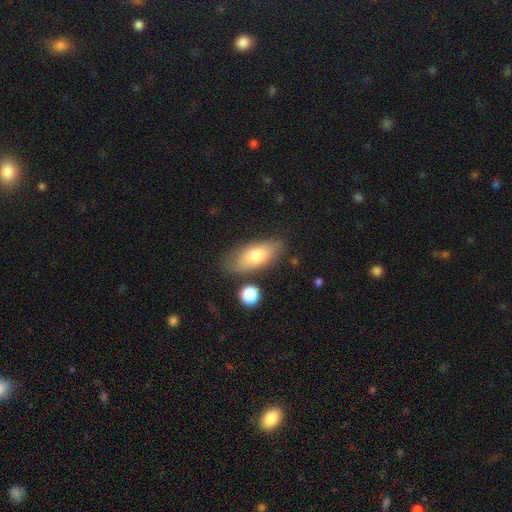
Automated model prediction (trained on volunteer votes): This appears to be a smooth galaxy with no disk features (74%) that is in between round and cigar-shaped (81%). Merging: none (79%).